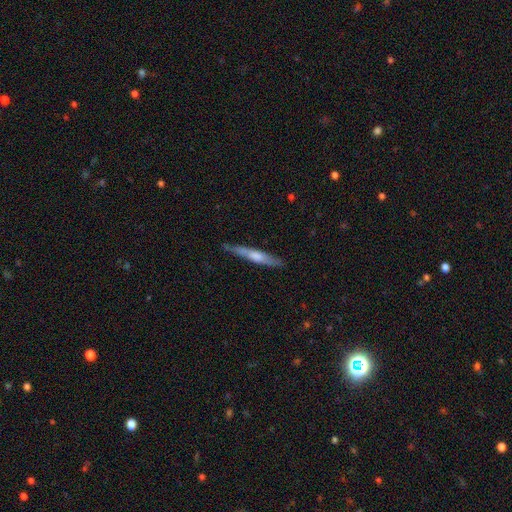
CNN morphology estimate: This is likely a featured or disk galaxy (68%). It is clearly viewed edge-on (96%). Edge-on bulge: likely rounded (76%). Merging: clearly none (87%).